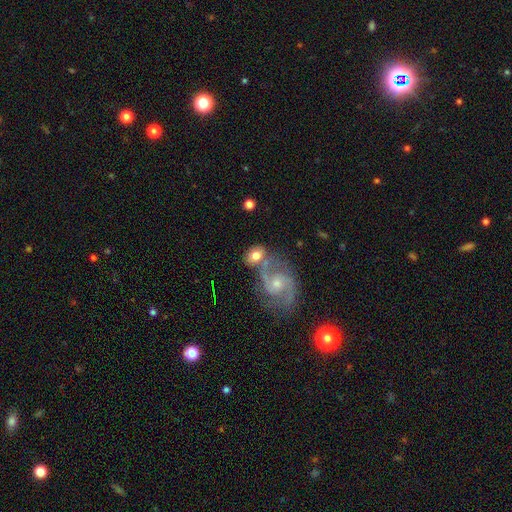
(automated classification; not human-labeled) Smooth or featured? Predicted: smooth (p=0.49). Merging? Predicted: none (p=0.48).